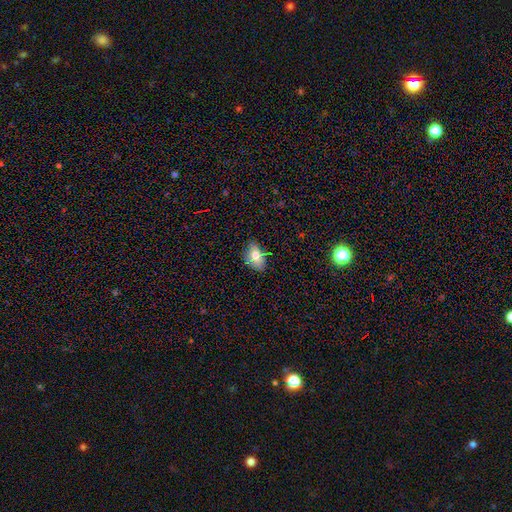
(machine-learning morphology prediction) A smooth galaxy with no disk features (74%) that is in between round and cigar-shaped (84%). Merging: none (66%).